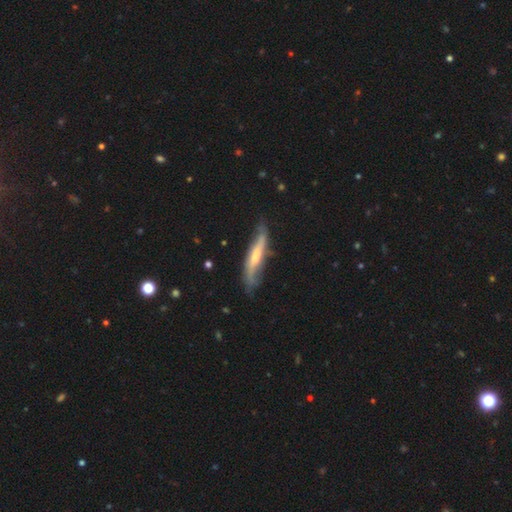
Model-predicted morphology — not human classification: smooth_or_featured: featured or disk (p=0.57) [alt: smooth p=0.38]
disk_edge_on: yes (p=0.58) [alt: no p=0.42]
merging: none (p=0.56) [alt: minor disturbance p=0.30]